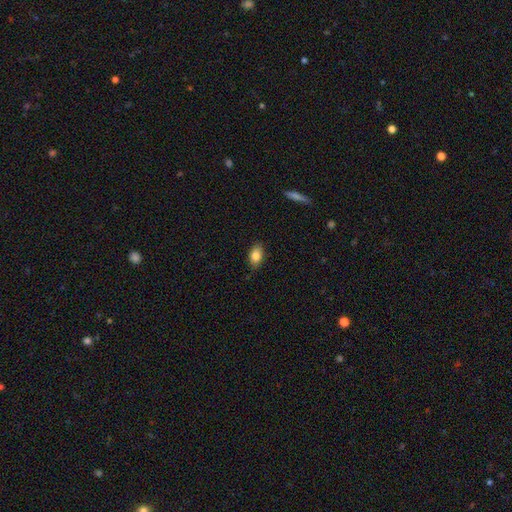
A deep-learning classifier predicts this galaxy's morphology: Smooth or featured: smooth — 84% (featured or disk — 8%)
How rounded: in between — 87% (round — 10%)
Merging: none — 84% (minor disturbance — 12%)